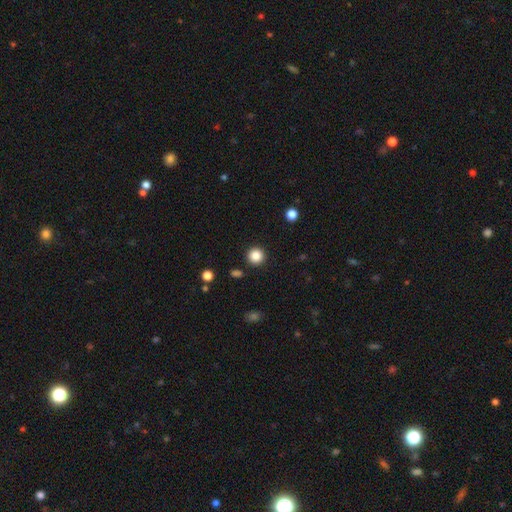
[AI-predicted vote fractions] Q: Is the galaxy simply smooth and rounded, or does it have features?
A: smooth — 86%.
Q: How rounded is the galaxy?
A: round — 95%.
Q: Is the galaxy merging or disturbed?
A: none — 91%.